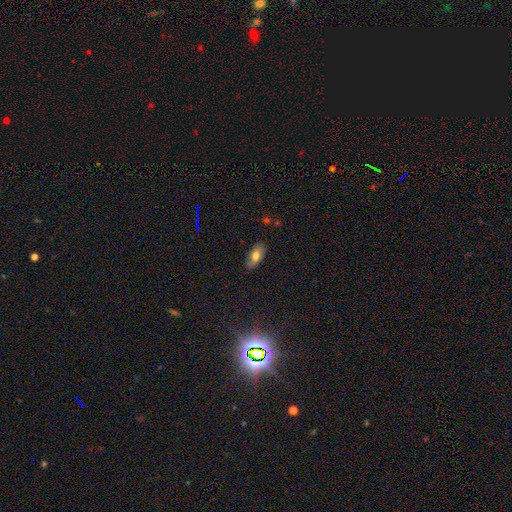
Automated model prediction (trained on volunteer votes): Morphology: type=smooth (72%); roundness=in between (88%); merging=none (77%).